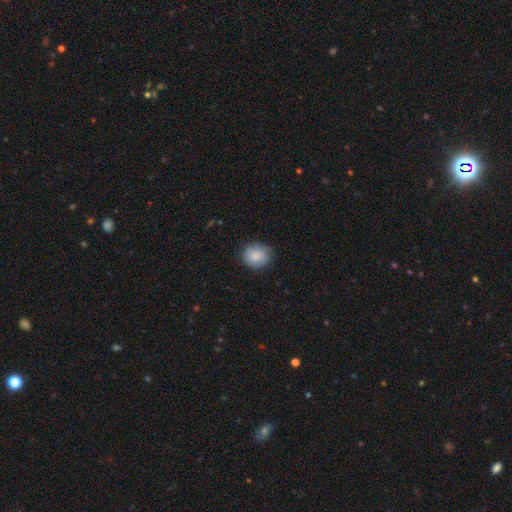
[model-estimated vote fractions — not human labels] smooth 83%, featured or disk 10%, star or artifact 7%. Down the decision tree: how rounded — round (80%); merging — none (74%).